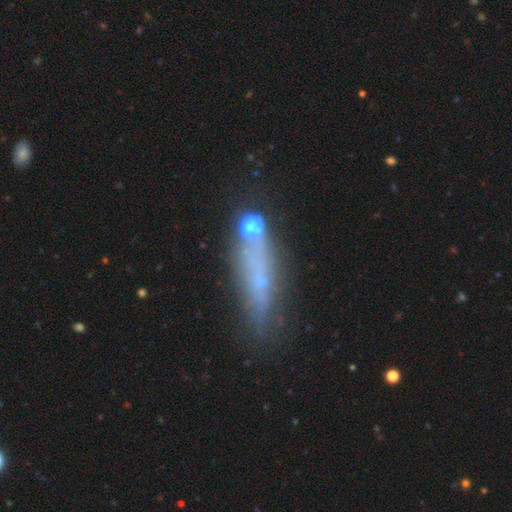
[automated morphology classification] A smooth galaxy with no disk features (41%). Merging: none (66%).